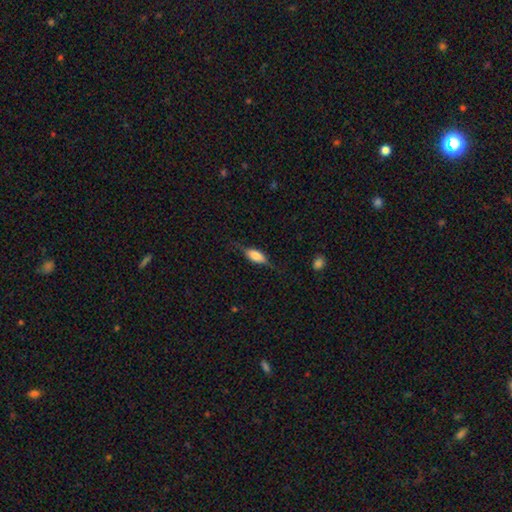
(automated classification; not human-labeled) smooth-or-featured: smooth: 51% | featured or disk: 41% | star or artifact: 8%
  how-rounded: in between: 67% | cigar-shaped: 29% | round: 4%
  merging: none: 70% | minor disturbance: 20% | major disturbance: 8% | merger: 1%